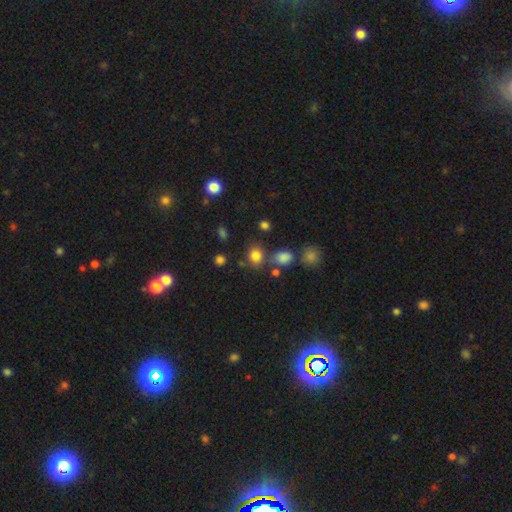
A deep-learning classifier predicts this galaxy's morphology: smooth_or_featured: smooth (p=0.80) [alt: star or artifact p=0.14]
how_rounded: round (p=0.63) [alt: in between p=0.35]
merging: none (p=0.72) [alt: minor disturbance p=0.13]